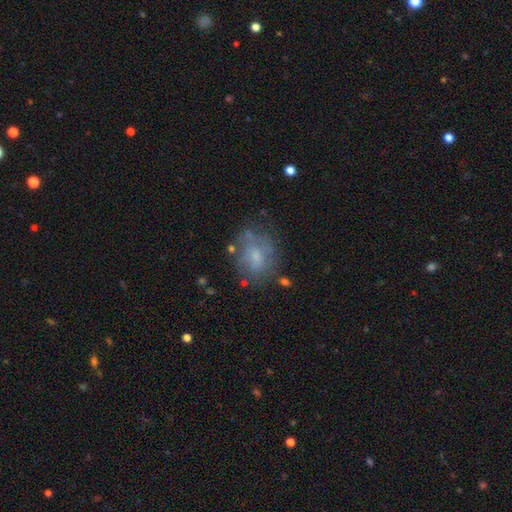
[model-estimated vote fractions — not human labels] This appears to be a smooth galaxy with no disk features (47%). Merging: none (58%).